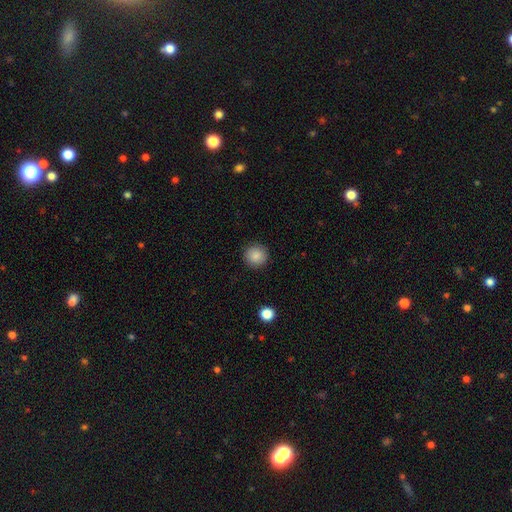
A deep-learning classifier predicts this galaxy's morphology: Smooth or featured: smooth — 87% (star or artifact — 9%)
How rounded: round — 93% (in between — 6%)
Merging: none — 91% (minor disturbance — 6%)